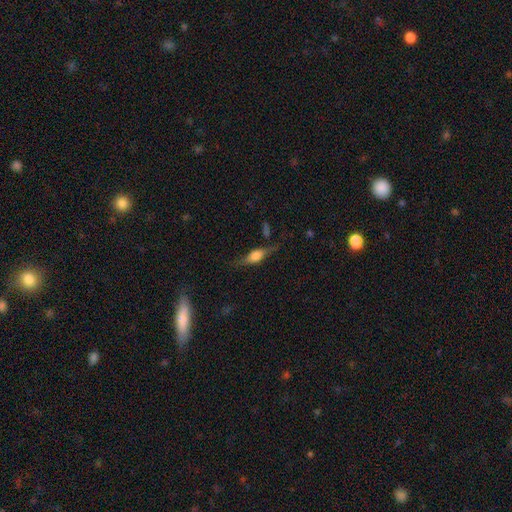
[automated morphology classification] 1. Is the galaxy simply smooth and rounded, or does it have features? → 55% featured or disk, 37% smooth, 9% star or artifact.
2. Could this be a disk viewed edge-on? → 90% yes, 10% no.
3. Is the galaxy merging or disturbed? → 68% none, 19% minor disturbance, 10% major disturbance, 3% merger.